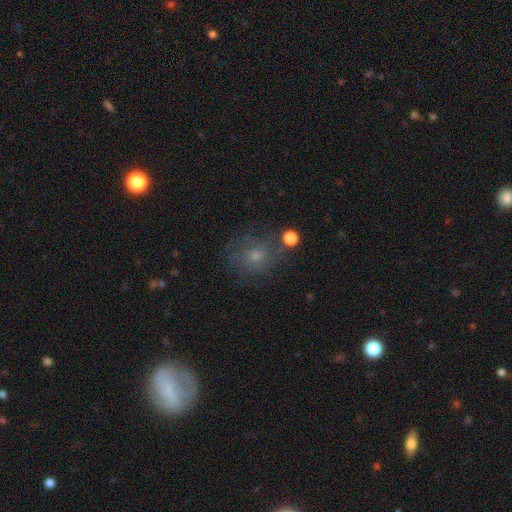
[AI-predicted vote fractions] Q: Smooth or featured?
A: smooth (51%); runner-up: featured or disk (30%)
Q: How rounded?
A: round (79%); runner-up: in between (20%)
Q: Merging?
A: none (65%); runner-up: minor disturbance (18%)